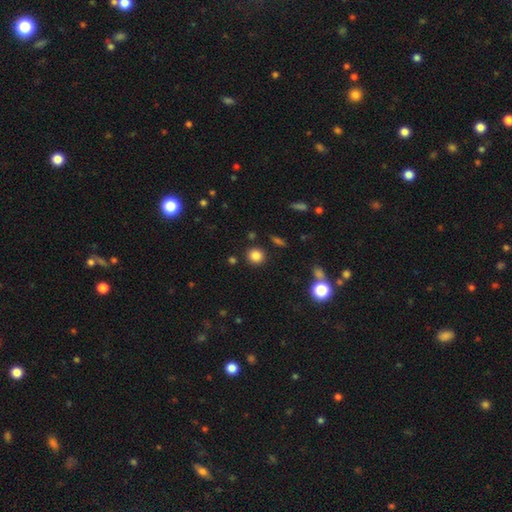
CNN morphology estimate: type=smooth (83%); roundness=round (89%); merging=none (88%).